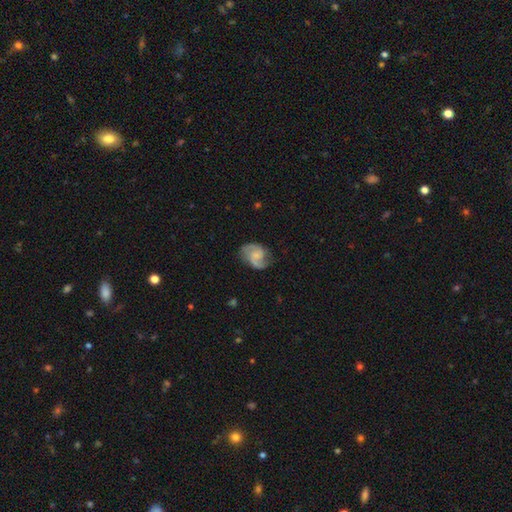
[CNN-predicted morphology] Smooth or featured? featured or disk (79%)
Edge-on disk? no (98%)
Bar? no (51%)
Spiral arms? yes (96%)
Spiral winding? medium (52%)
Spiral arm count? 2 (88%)
Bulge size? small (42%)
Merging? none (70%)